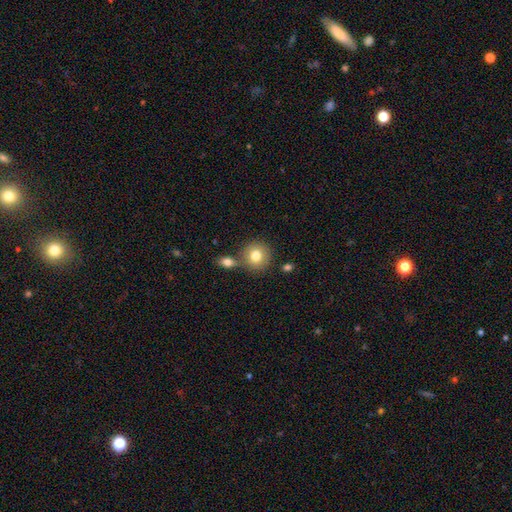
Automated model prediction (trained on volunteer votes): smooth_or_featured: smooth (p=0.80) [alt: featured or disk p=0.11]
how_rounded: round (p=0.89) [alt: in between p=0.10]
merging: none (p=0.69) [alt: merger p=0.18]